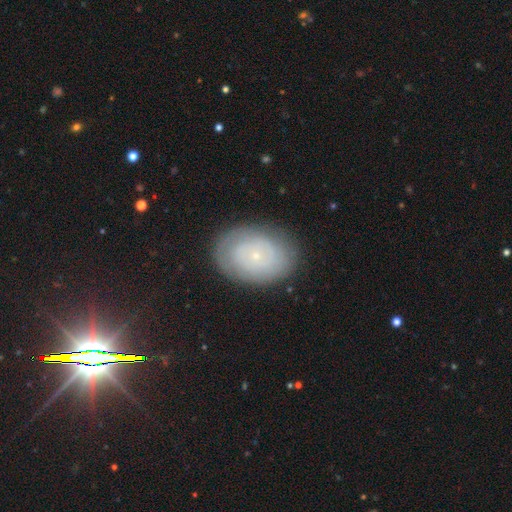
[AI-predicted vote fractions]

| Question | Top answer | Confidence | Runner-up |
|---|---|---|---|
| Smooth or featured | featured or disk | 51% | smooth (41%) |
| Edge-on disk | no | 95% | yes (5%) |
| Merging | none | 82% | minor disturbance (13%) |